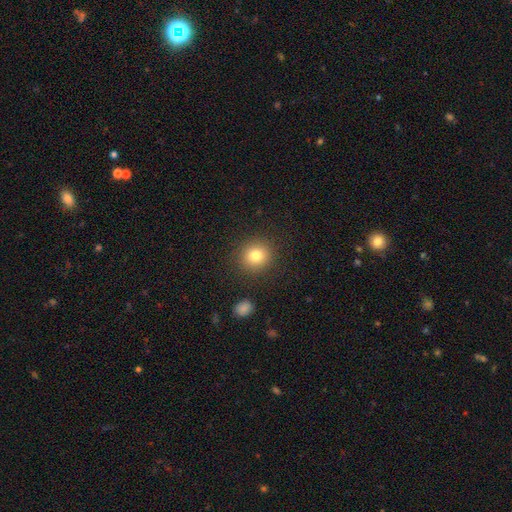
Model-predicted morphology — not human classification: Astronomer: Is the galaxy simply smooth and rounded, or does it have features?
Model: smooth — 80%.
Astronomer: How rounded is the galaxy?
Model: round — 88%.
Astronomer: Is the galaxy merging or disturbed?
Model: none — 88%.